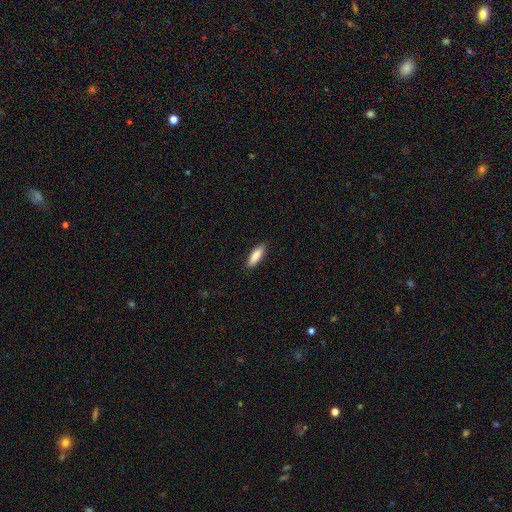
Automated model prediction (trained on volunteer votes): A smooth galaxy with no disk features (87%) that is in between round and cigar-shaped (51%).

Vote fractions:
- Smooth or featured? smooth: 87% / featured or disk: 7% / star or artifact: 6%
- How rounded? in between: 51% / cigar-shaped: 47% / round: 1%
- Merging? none: 88% / minor disturbance: 9% / major disturbance: 2% / merger: 1%